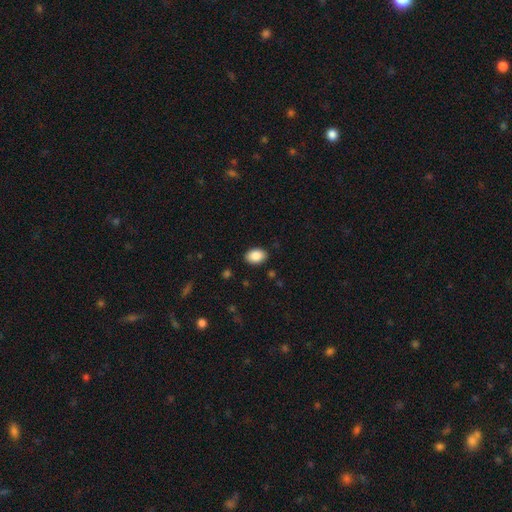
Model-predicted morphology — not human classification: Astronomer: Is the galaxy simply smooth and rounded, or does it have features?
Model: smooth — 88%.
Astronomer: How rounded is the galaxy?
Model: in between — 83%.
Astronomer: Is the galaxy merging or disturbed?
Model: none — 89%.